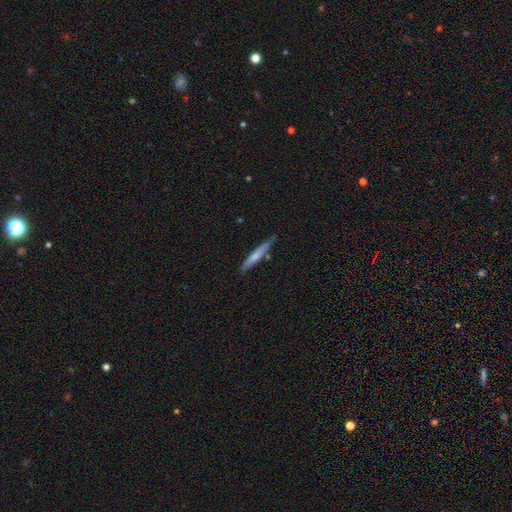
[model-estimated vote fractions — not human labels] Q: Smooth or featured?
A: smooth (57%); runner-up: featured or disk (37%)
Q: How rounded?
A: cigar-shaped (94%); runner-up: in between (5%)
Q: Merging?
A: none (74%); runner-up: minor disturbance (19%)